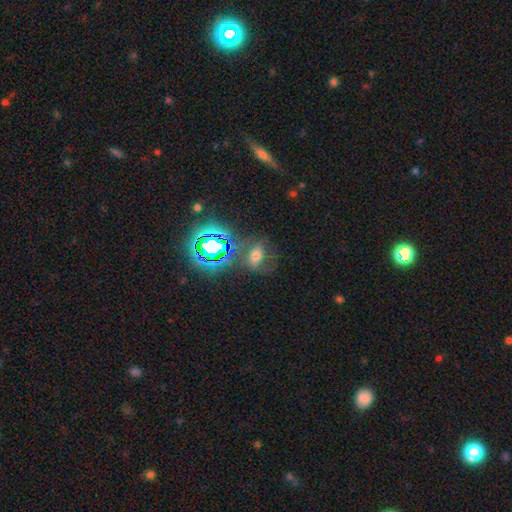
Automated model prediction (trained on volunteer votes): A smooth galaxy with no disk features (41%). Merging: none (59%).